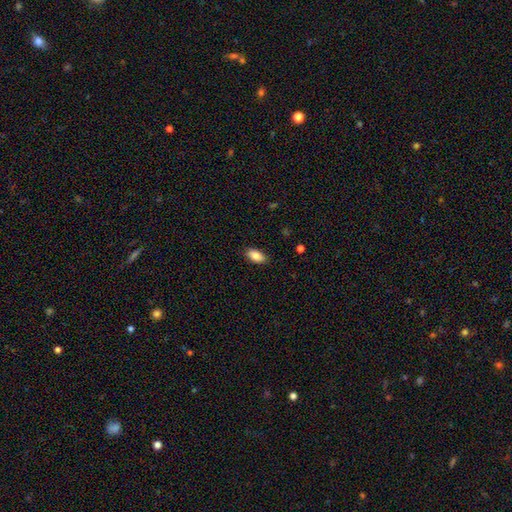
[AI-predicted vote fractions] smooth 86%, star or artifact 7%, featured or disk 6%. Down the decision tree: how rounded — in between (92%); merging — none (86%).